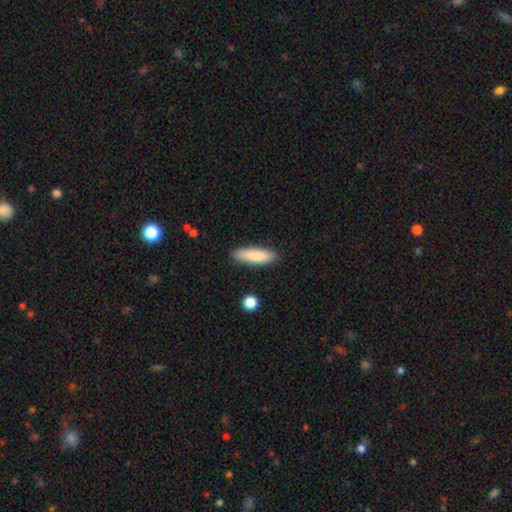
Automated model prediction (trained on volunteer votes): This is clearly a smooth galaxy (86%). How rounded: possibly cigar-shaped (60%). Merging: clearly none (86%).